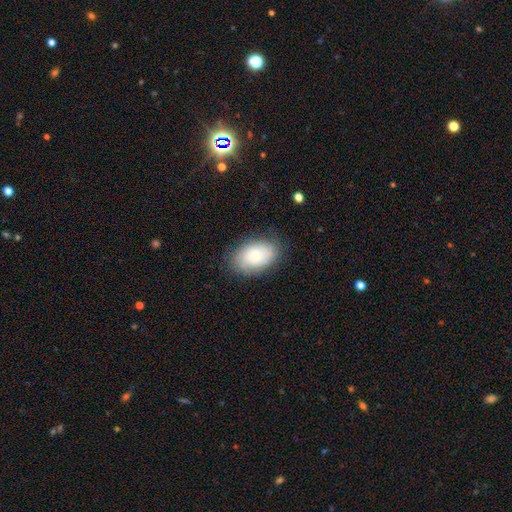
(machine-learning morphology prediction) smooth-or-featured: smooth: 72% | featured or disk: 21% | star or artifact: 8%
  how-rounded: in between: 88% | round: 11% | cigar-shaped: 1%
  merging: none: 79% | minor disturbance: 16% | major disturbance: 5% | merger: 1%